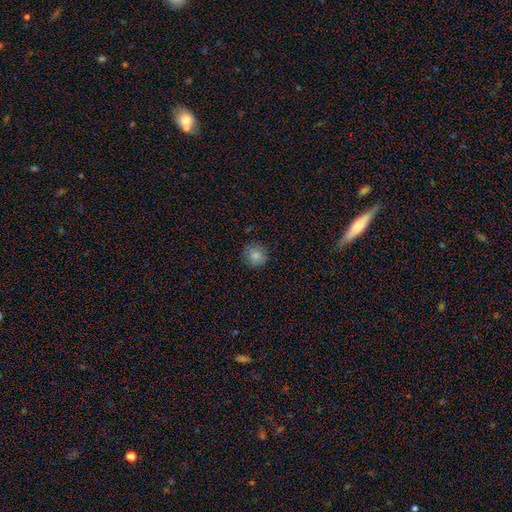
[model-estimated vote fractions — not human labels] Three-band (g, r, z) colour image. It shows a smooth galaxy with no disk features (83%) that is round (90%). Merging: none (84%).